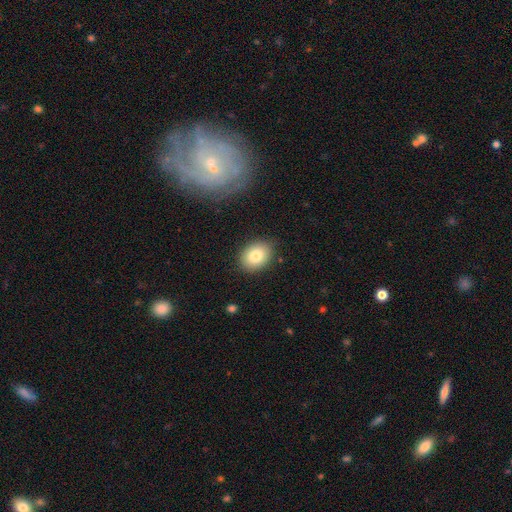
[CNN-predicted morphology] This is clearly a smooth galaxy (81%). How rounded: likely in between (62%). Merging: clearly none (85%).